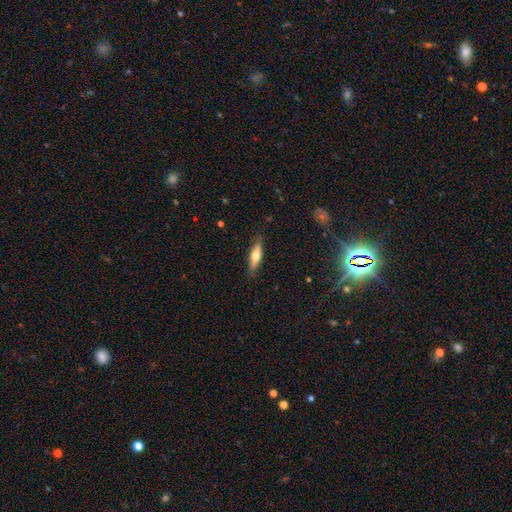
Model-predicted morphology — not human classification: type=smooth (57%); roundness=cigar-shaped (60%); merging=none (84%).